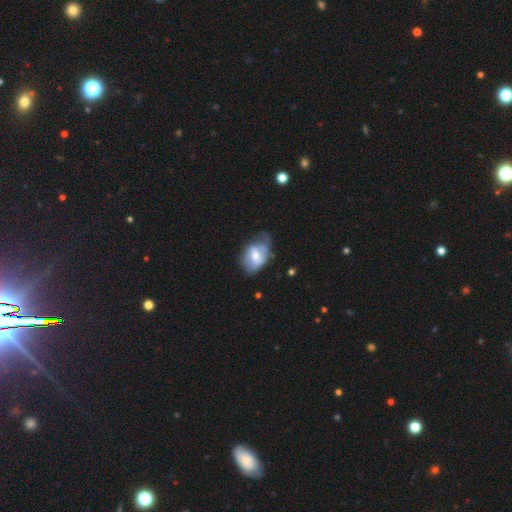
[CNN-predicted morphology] Q: Smooth or featured?
A: featured or disk (52%); runner-up: smooth (41%)
Q: Edge-on disk?
A: no (95%); runner-up: yes (5%)
Q: Merging?
A: minor disturbance (37%); runner-up: none (36%)